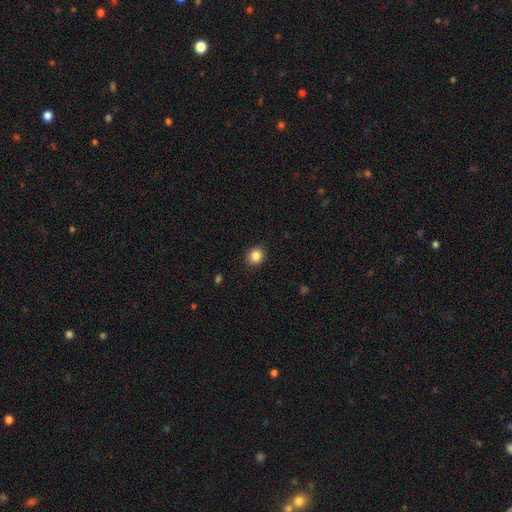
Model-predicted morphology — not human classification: Smooth or featured: smooth — 86% (star or artifact — 10%)
How rounded: round — 80% (in between — 19%)
Merging: none — 90% (minor disturbance — 7%)